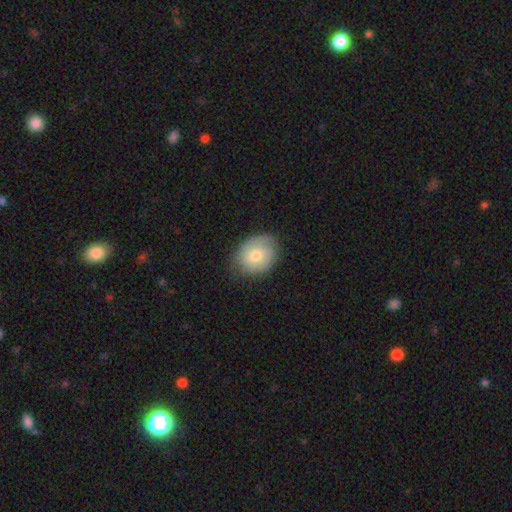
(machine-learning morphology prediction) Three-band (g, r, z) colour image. It shows a smooth galaxy with no disk features (53%) that is in between round and cigar-shaped (55%). Merging: none (73%).